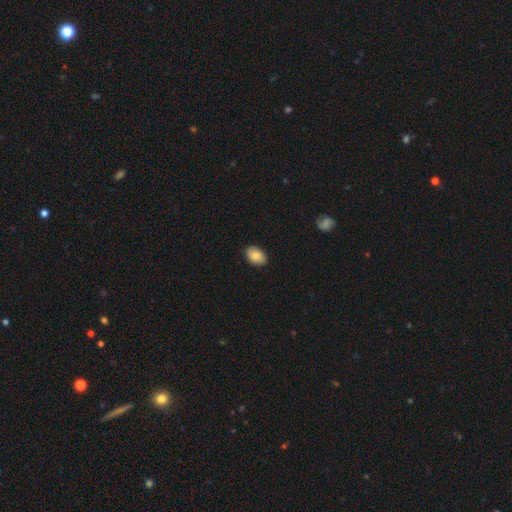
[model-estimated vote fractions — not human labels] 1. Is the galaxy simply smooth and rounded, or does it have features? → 87% smooth, 7% star or artifact, 6% featured or disk.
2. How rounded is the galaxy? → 90% in between, 9% round, 1% cigar-shaped.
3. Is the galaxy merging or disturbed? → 88% none, 9% minor disturbance, 2% major disturbance, 1% merger.